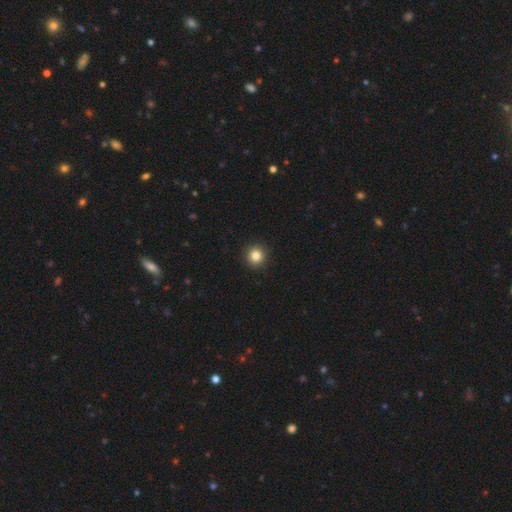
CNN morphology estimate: This appears to be a smooth galaxy with no disk features (84%) that is round (94%). Merging: none (93%).